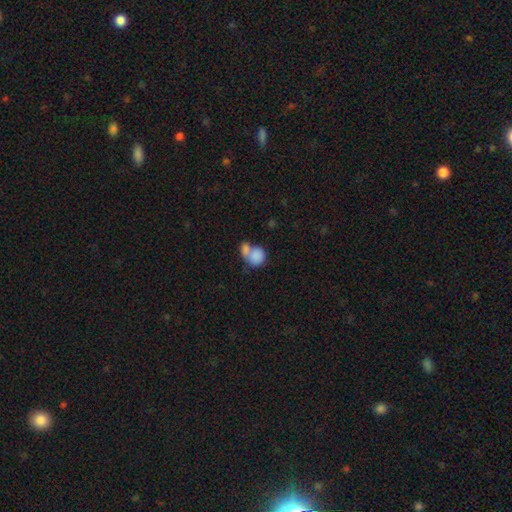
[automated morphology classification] type=smooth (82%); roundness=round (64%); merging=merger (60%).